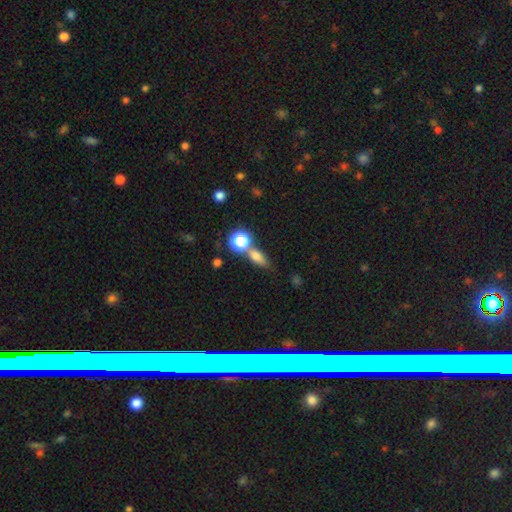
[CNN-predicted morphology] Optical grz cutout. It shows a smooth galaxy with no disk features (68%) that is in between round and cigar-shaped (56%). Merging: none (59%).